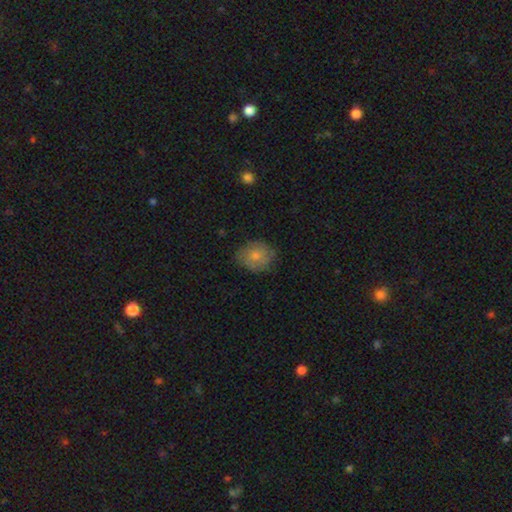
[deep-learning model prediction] Overall: smooth (60%; featured or disk 31%). How rounded: round (67%; in between 32%). Merging: none (77%).